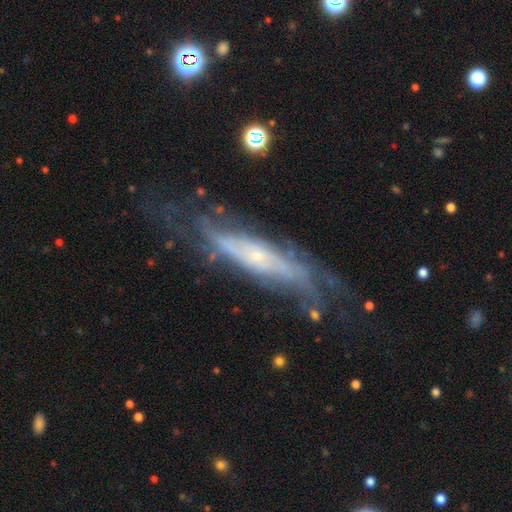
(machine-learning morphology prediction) The model was most divided on "edge-on disk": no: 65%, yes: 35%. More confident: spiral arms — yes (83%); bulge size — small (80%); smooth or featured — featured or disk (78%); bar — no (73%); merging — none (64%).